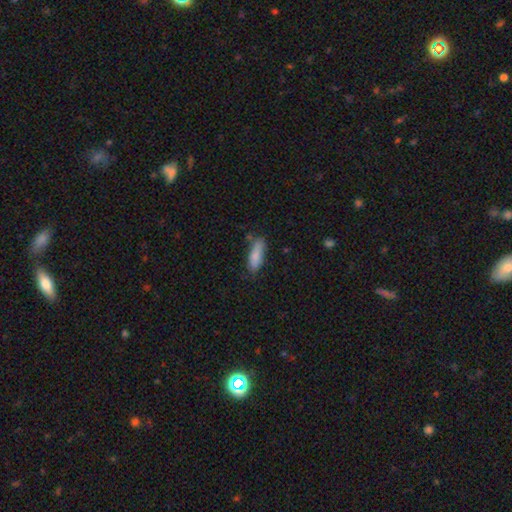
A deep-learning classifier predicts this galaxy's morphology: This is clearly a smooth galaxy (85%). How rounded: possibly in between (52%). Merging: likely none (68%).